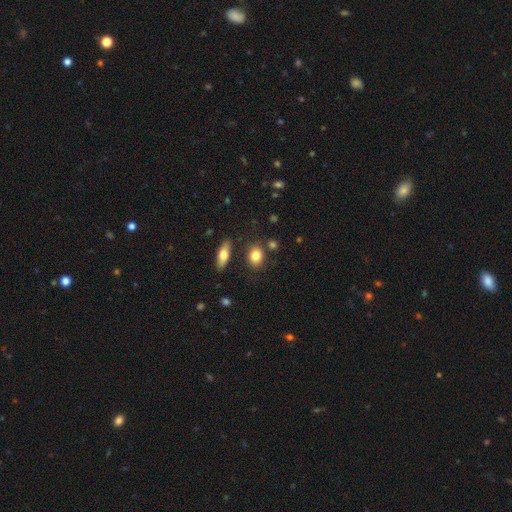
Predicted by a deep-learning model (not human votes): smooth-or-featured: smooth: 83% | featured or disk: 9% | star or artifact: 9%
  how-rounded: in between: 56% | round: 41% | cigar-shaped: 3%
  merging: none: 78% | minor disturbance: 11% | merger: 7% | major disturbance: 3%